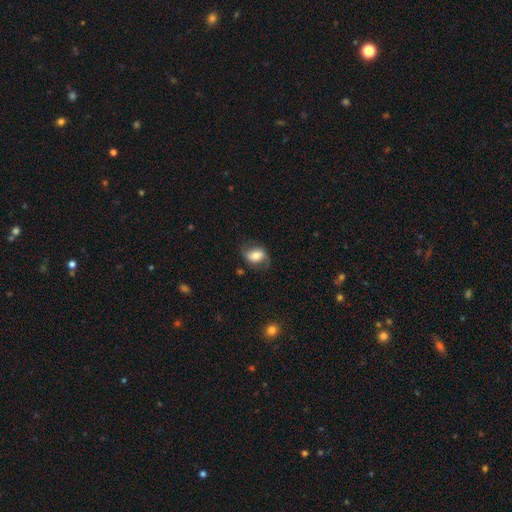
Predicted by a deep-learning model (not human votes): This appears to be a smooth galaxy with no disk features (58%) that is in between round and cigar-shaped (71%). Merging: none (64%).